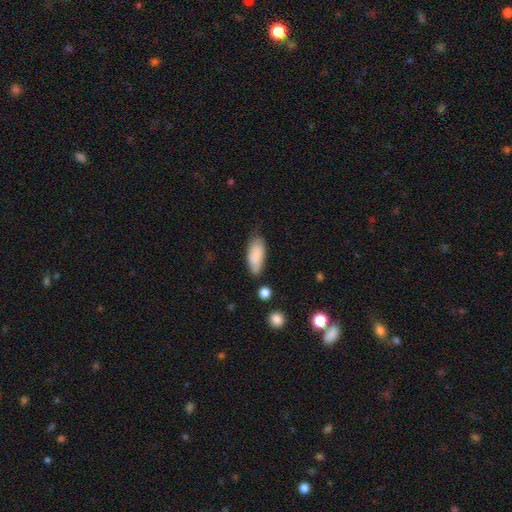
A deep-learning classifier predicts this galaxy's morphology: Smooth or featured? smooth (85%)
How rounded? in between (80%)
Merging? none (68%)